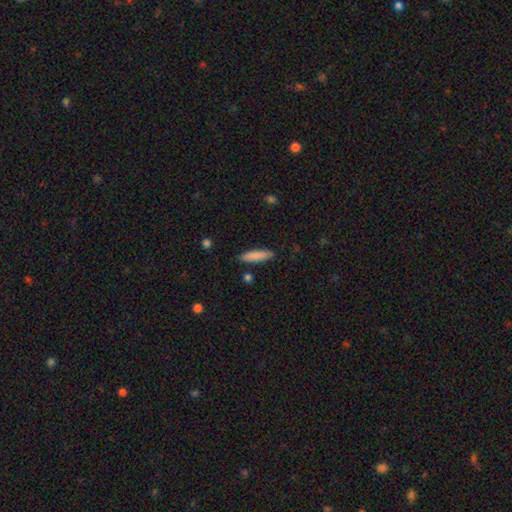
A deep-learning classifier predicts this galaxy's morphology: Smooth or featured? smooth (84%)
How rounded? cigar-shaped (77%)
Merging? none (87%)